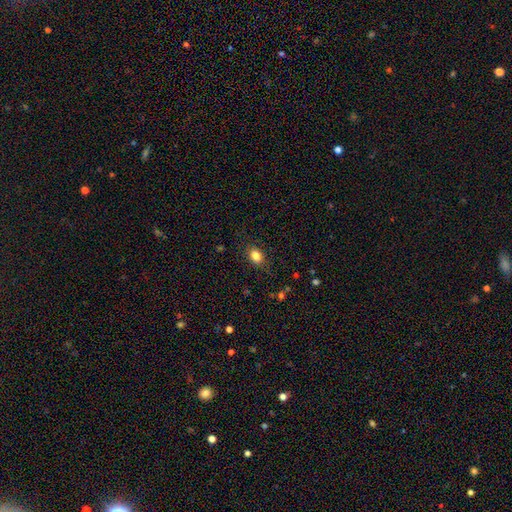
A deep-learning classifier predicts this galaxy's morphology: A smooth galaxy with no disk features (83%) that is in between round and cigar-shaped (67%). Merging: none (84%).